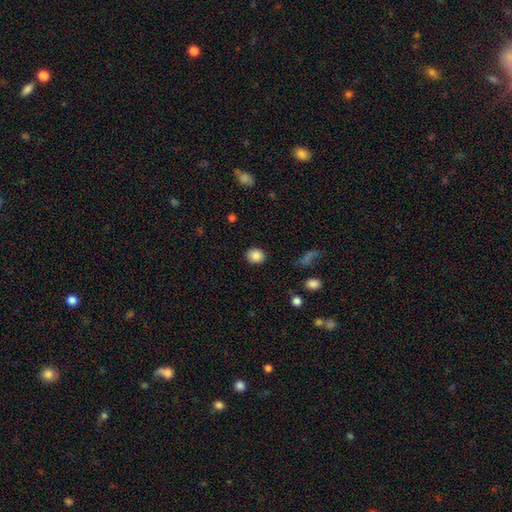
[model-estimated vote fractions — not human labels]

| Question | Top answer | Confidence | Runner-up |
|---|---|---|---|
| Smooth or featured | smooth | 86% | star or artifact (9%) |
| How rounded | round | 67% | in between (32%) |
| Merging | none | 88% | minor disturbance (8%) |